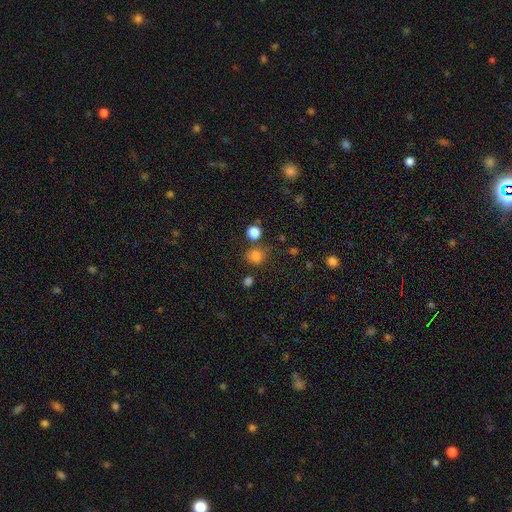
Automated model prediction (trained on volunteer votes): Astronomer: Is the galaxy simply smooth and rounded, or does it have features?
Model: smooth — 78%.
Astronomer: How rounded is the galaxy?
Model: round — 82%.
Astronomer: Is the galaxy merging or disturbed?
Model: none — 71%.